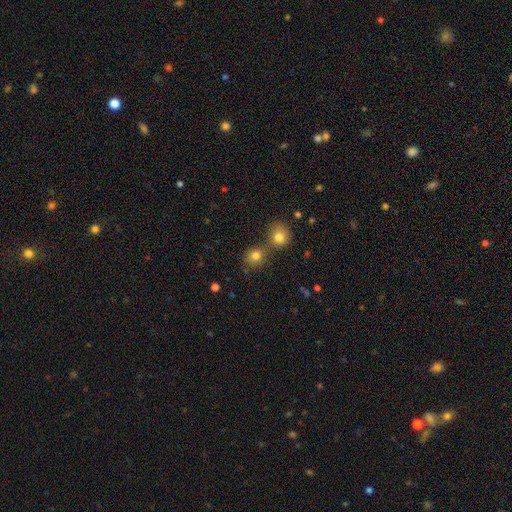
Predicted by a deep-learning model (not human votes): Q: Smooth or featured?
A: smooth (78%); runner-up: star or artifact (13%)
Q: How rounded?
A: round (78%); runner-up: in between (21%)
Q: Merging?
A: none (47%); runner-up: merger (41%)